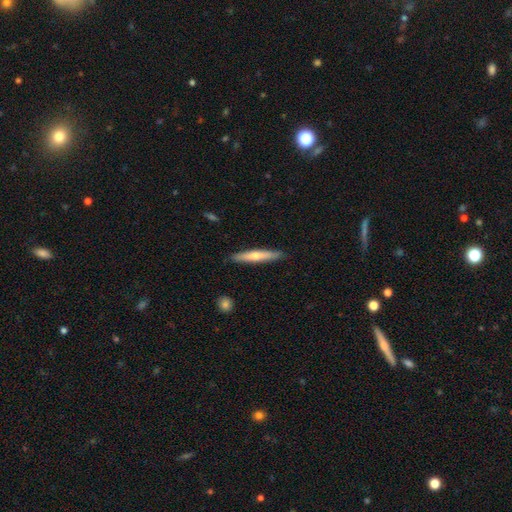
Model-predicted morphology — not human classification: This appears to be a smooth galaxy with no disk features (50%) that is cigar-shaped (93%). Merging: none (90%).